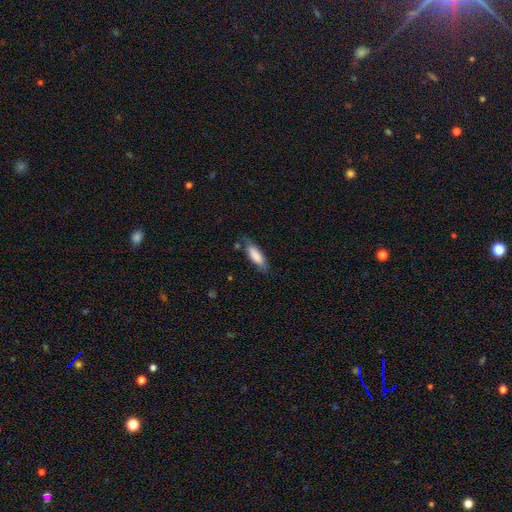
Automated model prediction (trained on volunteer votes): Q: Smooth or featured?
A: smooth (82%); runner-up: featured or disk (12%)
Q: How rounded?
A: in between (53%); runner-up: cigar-shaped (45%)
Q: Merging?
A: none (72%); runner-up: minor disturbance (21%)